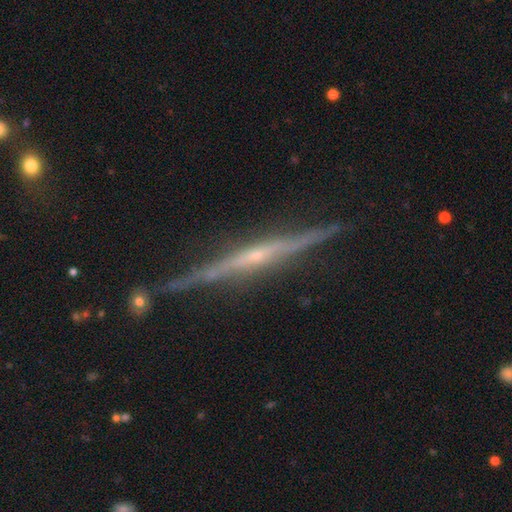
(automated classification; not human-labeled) Morphology: type=featured or disk (86%); edge-on=yes (98%); edge-on bulge=rounded (56%); merging=none (86%).